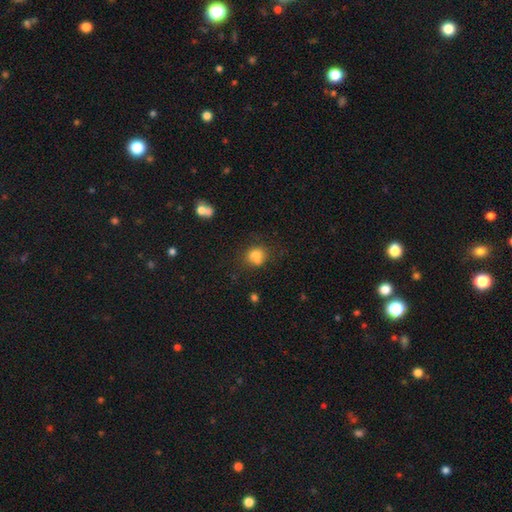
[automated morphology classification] type=smooth (79%); roundness=round (80%); merging=none (63%).